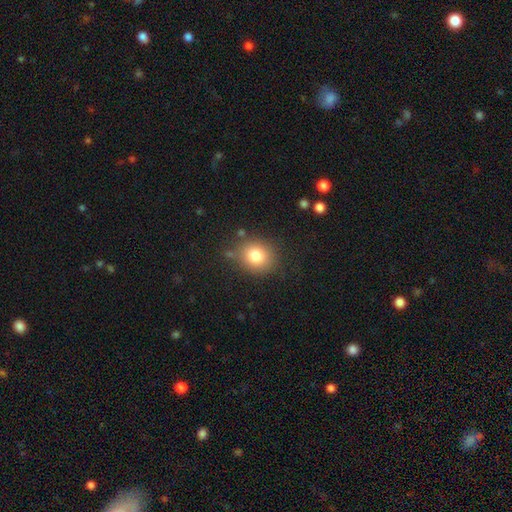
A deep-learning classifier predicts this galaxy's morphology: Overall: smooth (80%). How rounded: round (75%). Merging: none (80%).